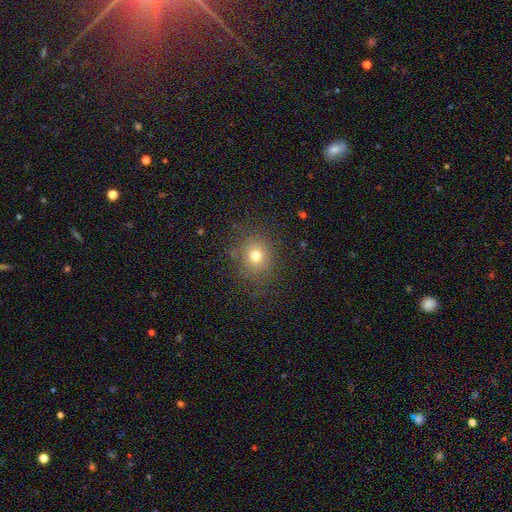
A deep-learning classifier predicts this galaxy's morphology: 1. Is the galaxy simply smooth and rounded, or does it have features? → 74% smooth, 17% star or artifact, 9% featured or disk.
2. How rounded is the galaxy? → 78% round, 21% in between, 1% cigar-shaped.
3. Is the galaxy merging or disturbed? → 83% none, 11% minor disturbance, 5% major disturbance, 1% merger.